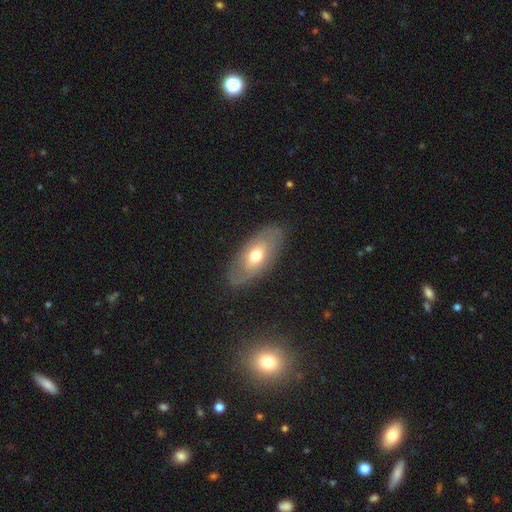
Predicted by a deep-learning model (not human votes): A smooth galaxy with no disk features (48%). Merging: none (82%).